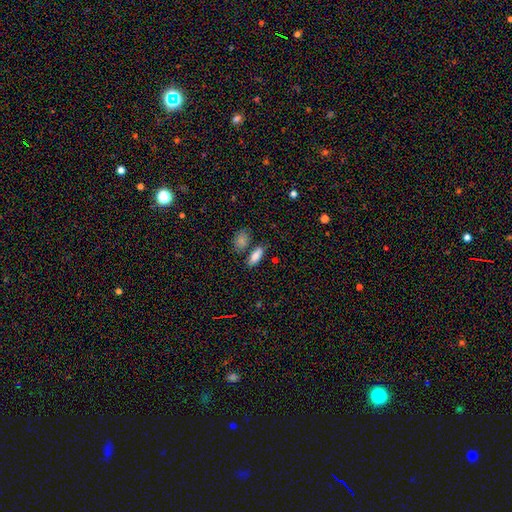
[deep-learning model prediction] This is clearly a smooth galaxy (84%). How rounded: likely in between (77%). Merging: likely none (66%).